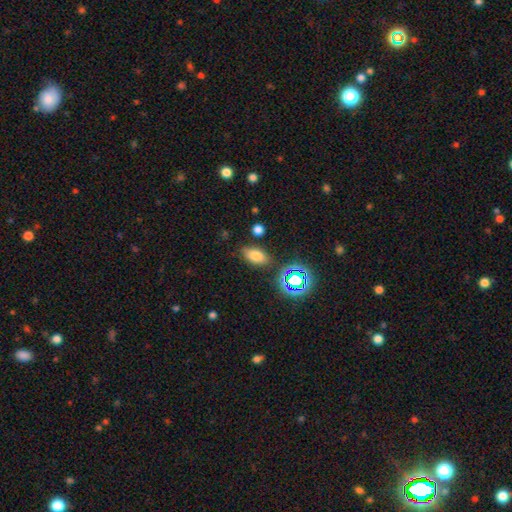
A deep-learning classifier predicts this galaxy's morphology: This is likely a smooth galaxy (73%). How rounded: clearly in between (88%). Merging: clearly none (81%).